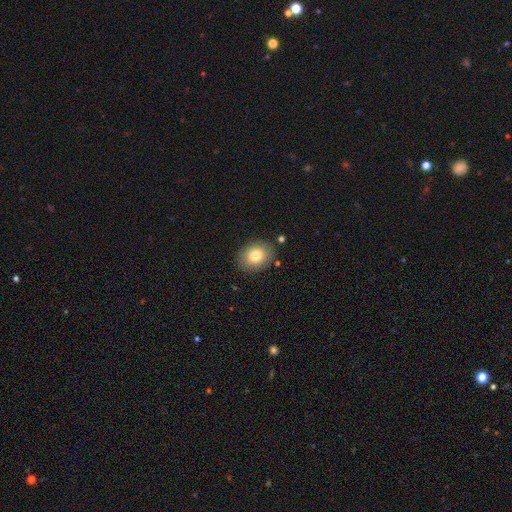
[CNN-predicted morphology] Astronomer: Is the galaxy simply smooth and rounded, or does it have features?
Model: smooth — 81%.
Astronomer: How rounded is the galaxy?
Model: in between — 58% (runner-up: round, 41%).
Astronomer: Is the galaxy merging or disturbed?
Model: none — 85%.